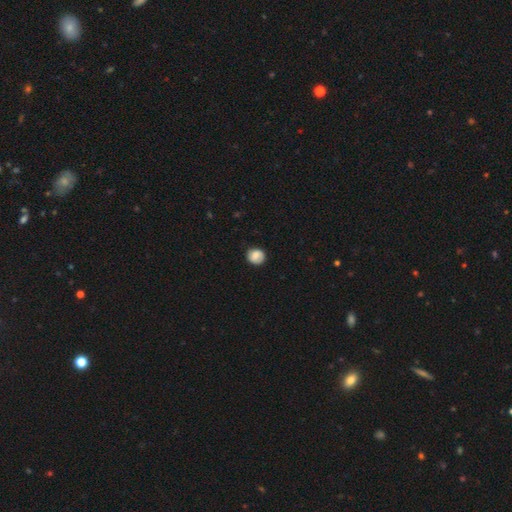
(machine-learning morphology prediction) This is likely a smooth galaxy (80%). How rounded: clearly round (84%). Merging: clearly none (81%).